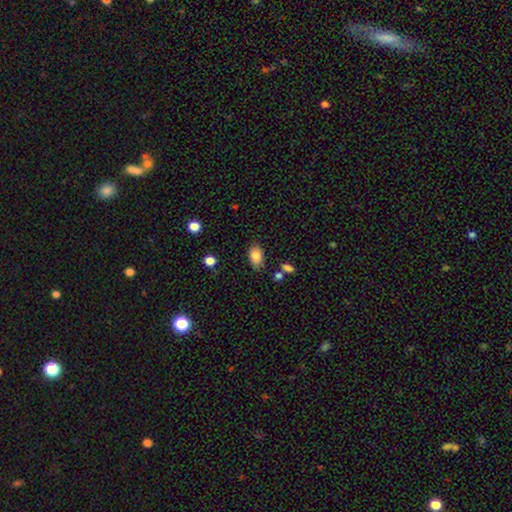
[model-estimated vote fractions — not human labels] The model was most divided on "merging": none: 78%, minor disturbance: 15%, merger: 4%, major disturbance: 4%. More confident: how rounded — in between (89%); smooth or featured — smooth (84%).